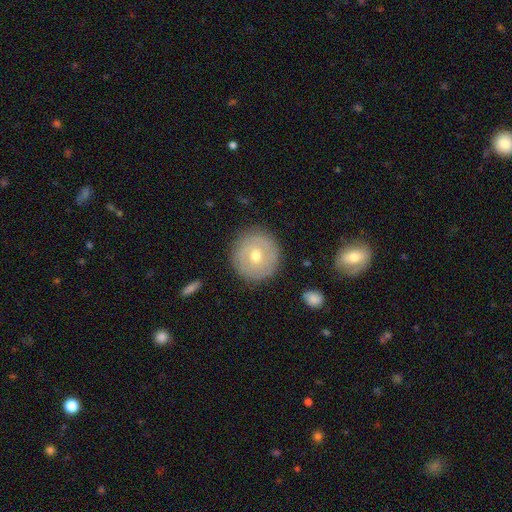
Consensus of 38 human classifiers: This appears to be a featured or disk galaxy (58%) with no bar (100%), no spiral arms (67%) and a moderate central bulge (83%). Merging: none (83%).